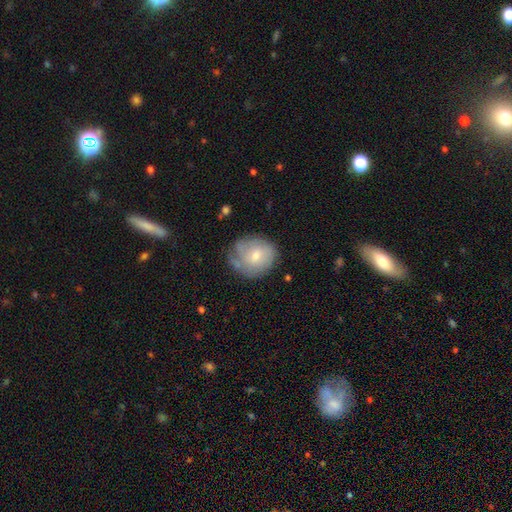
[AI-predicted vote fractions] A smooth galaxy with no disk features (54%) that is round (73%). Merging: none (54%).